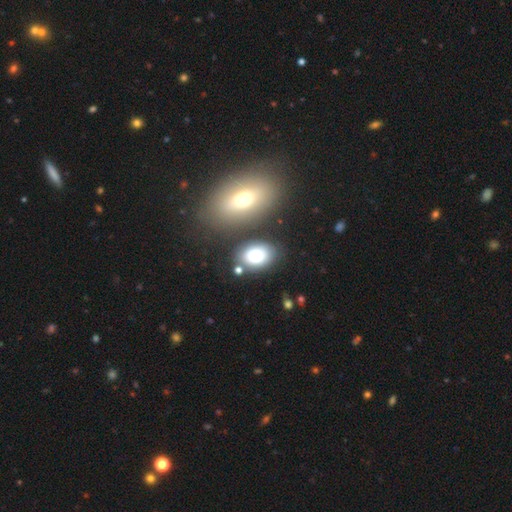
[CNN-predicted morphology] Q: Smooth or featured?
A: smooth (80%); runner-up: featured or disk (11%)
Q: How rounded?
A: in between (84%); runner-up: round (15%)
Q: Merging?
A: none (69%); runner-up: minor disturbance (15%)